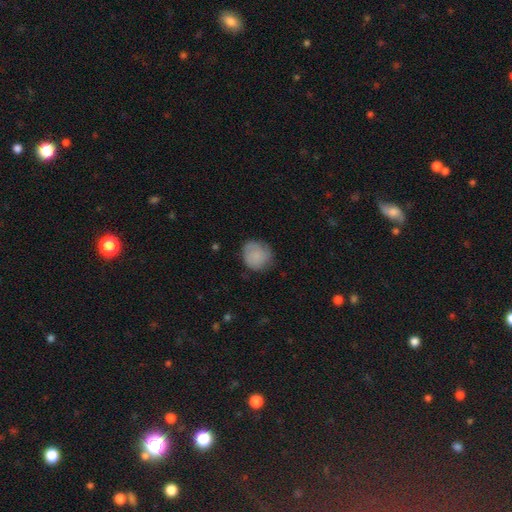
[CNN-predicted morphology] Smooth or featured?
  - smooth: 77% *
  - featured or disk: 15%
  - star or artifact: 7%
How rounded?
  - round: 82% *
  - in between: 17%
  - cigar-shaped: 1%
Merging?
  - none: 70% *
  - minor disturbance: 23%
  - major disturbance: 6%
  - merger: 1%